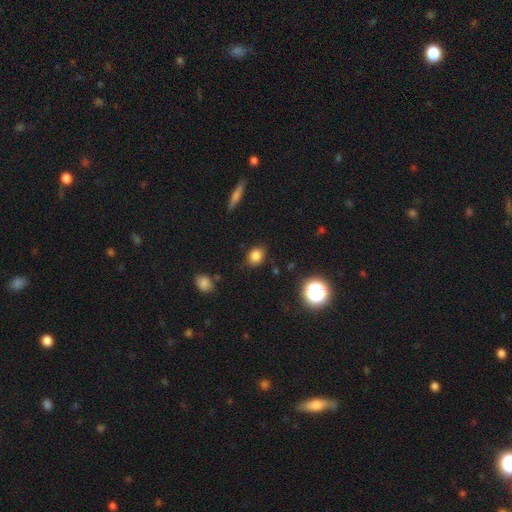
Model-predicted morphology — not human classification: smooth 82%, star or artifact 12%, featured or disk 6%. Down the decision tree: how rounded — round (59%); merging — none (84%).